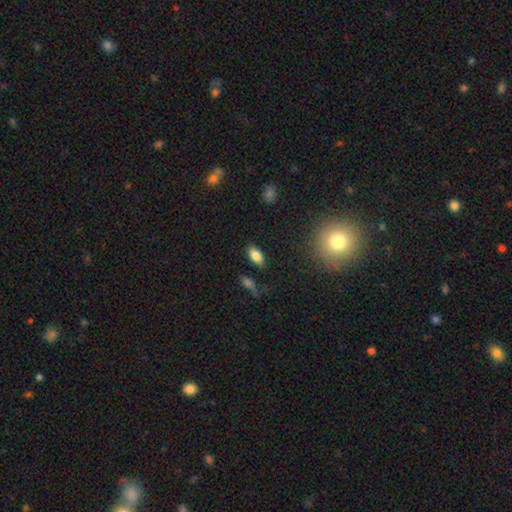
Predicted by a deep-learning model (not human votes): A smooth galaxy with no disk features (83%) that is in between round and cigar-shaped (92%).

Vote fractions:
- Smooth or featured? smooth: 83% / star or artifact: 9% / featured or disk: 8%
- How rounded? in between: 92% / round: 4% / cigar-shaped: 4%
- Merging? none: 84% / minor disturbance: 11% / major disturbance: 3% / merger: 2%